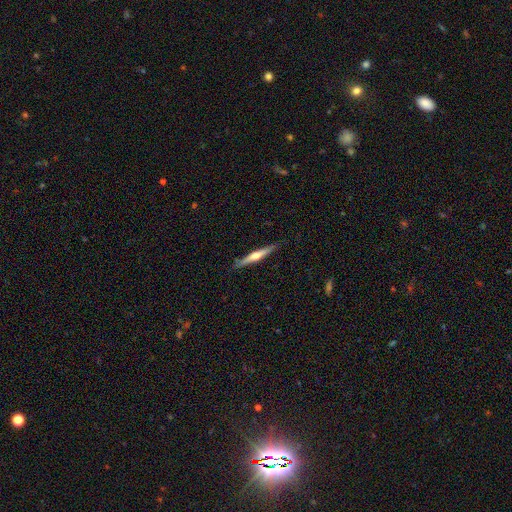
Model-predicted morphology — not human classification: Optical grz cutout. It shows a featured or disk galaxy (64%) viewed edge-on (97%) with a rounded central bulge (87%). Merging: none (89%).